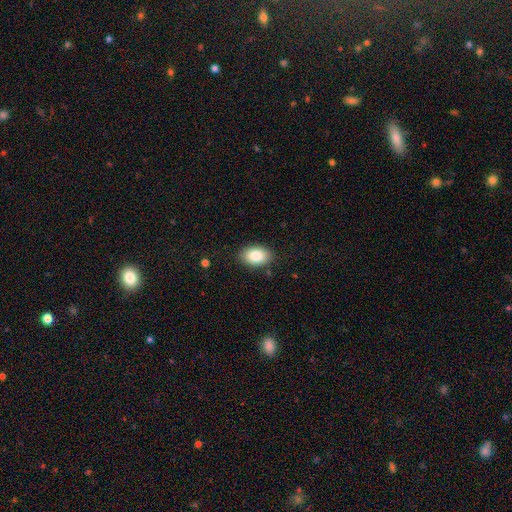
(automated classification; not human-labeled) Smooth or featured? Predicted: smooth (p=0.85). How rounded? Predicted: in between (p=0.89). Merging? Predicted: none (p=0.86).